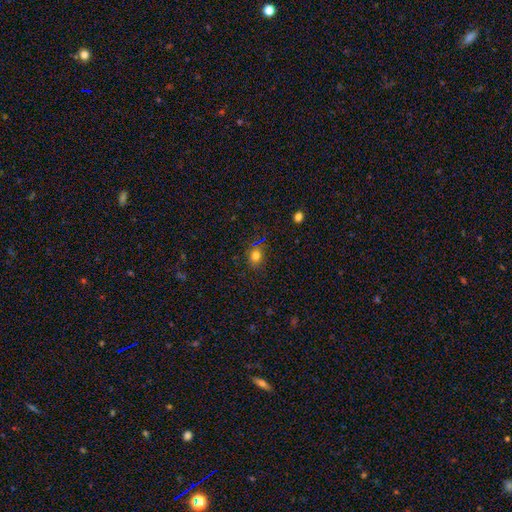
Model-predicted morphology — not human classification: Smooth or featured? Predicted: smooth (p=0.75). How rounded? Predicted: round (p=0.70). Merging? Predicted: none (p=0.85).